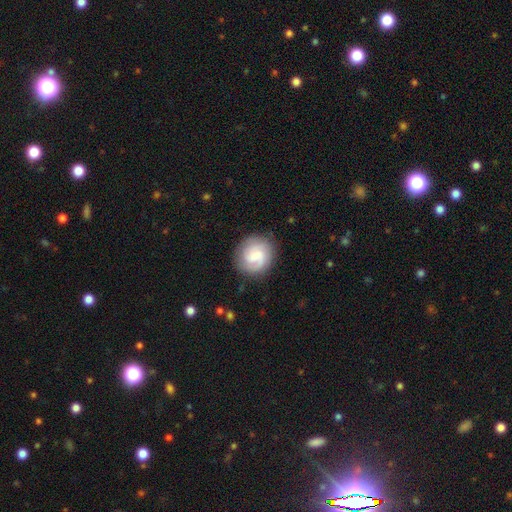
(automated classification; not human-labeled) A featured or disk galaxy (49%). Merging: none (81%).